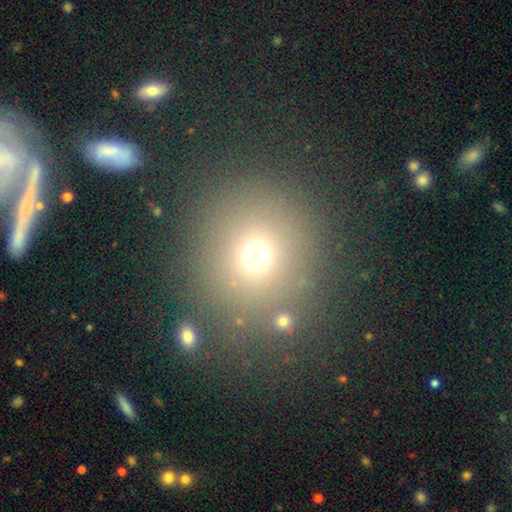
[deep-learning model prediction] Q: Smooth or featured?
A: smooth (69%); runner-up: star or artifact (21%)
Q: How rounded?
A: round (91%); runner-up: in between (8%)
Q: Merging?
A: none (82%); runner-up: minor disturbance (8%)